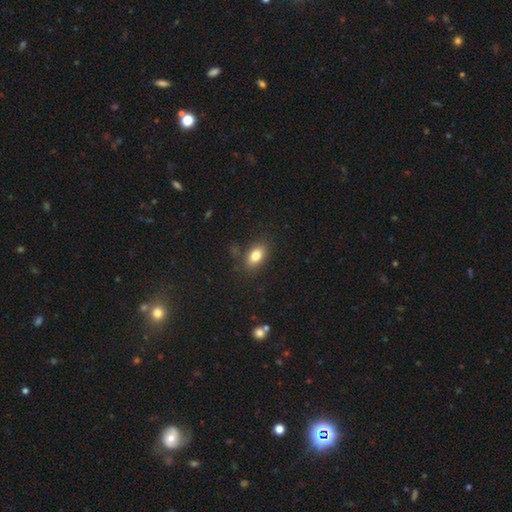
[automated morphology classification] A smooth galaxy with no disk features (81%) that is in between round and cigar-shaped (86%).

Vote fractions:
- Smooth or featured? smooth: 81% / featured or disk: 10% / star or artifact: 9%
- How rounded? in between: 86% / round: 12% / cigar-shaped: 3%
- Merging? none: 81% / minor disturbance: 13% / major disturbance: 3% / merger: 3%